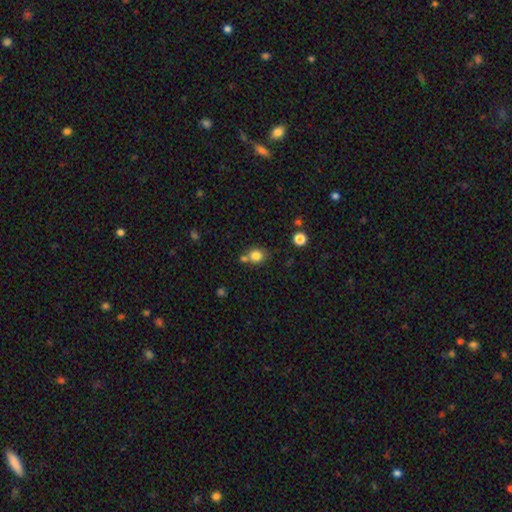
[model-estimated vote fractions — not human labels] A smooth galaxy with no disk features (81%) that is round (81%).

Vote fractions:
- Smooth or featured? smooth: 81% / star or artifact: 12% / featured or disk: 7%
- How rounded? round: 81% / in between: 18% / cigar-shaped: 1%
- Merging? none: 59% / merger: 27% / minor disturbance: 11% / major disturbance: 3%